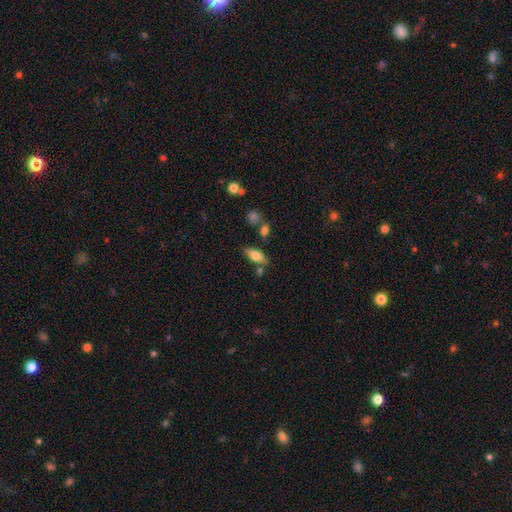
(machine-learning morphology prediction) This appears to be a smooth galaxy with no disk features (65%) that is in between round and cigar-shaped (74%). Merging: none (73%).